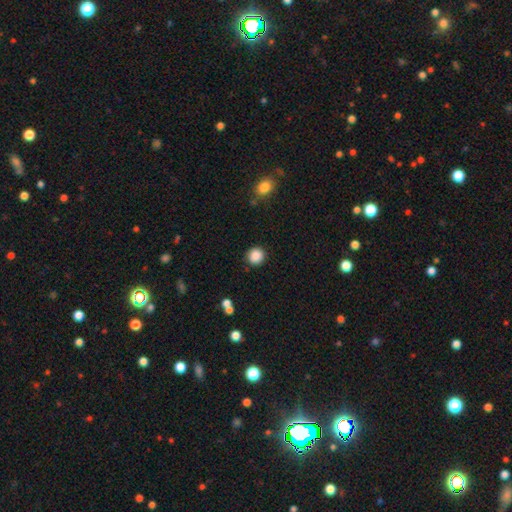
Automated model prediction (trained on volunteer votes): Overall: smooth (88%). How rounded: round (91%). Merging: none (88%).